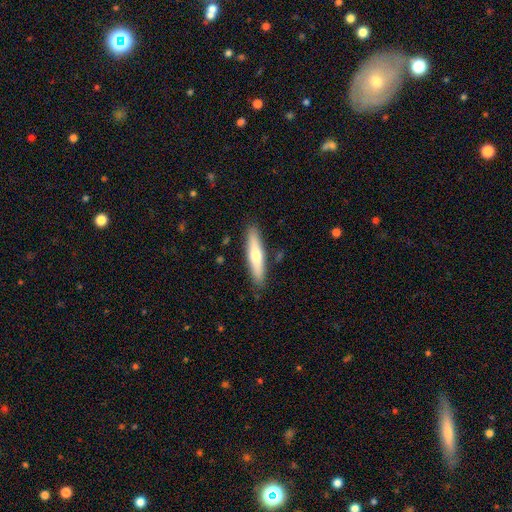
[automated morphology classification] Smooth or featured?
  - smooth: 59% *
  - featured or disk: 36%
  - star or artifact: 5%
How rounded?
  - cigar-shaped: 84% *
  - in between: 14%
  - round: 1%
Merging?
  - none: 87% *
  - minor disturbance: 9%
  - major disturbance: 2%
  - merger: 2%